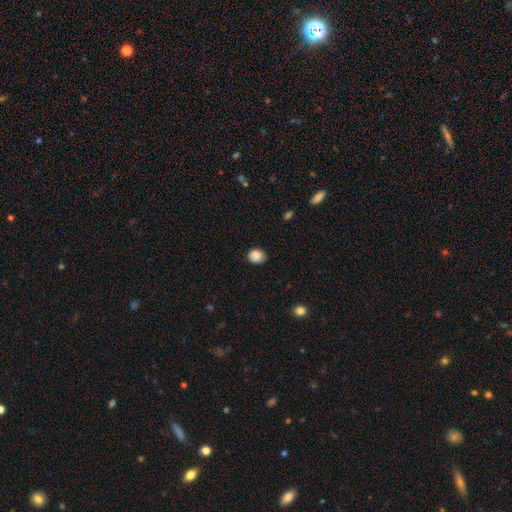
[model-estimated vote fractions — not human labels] smooth 88%, star or artifact 9%, featured or disk 3%. Down the decision tree: how rounded — round (64%); merging — none (80%).